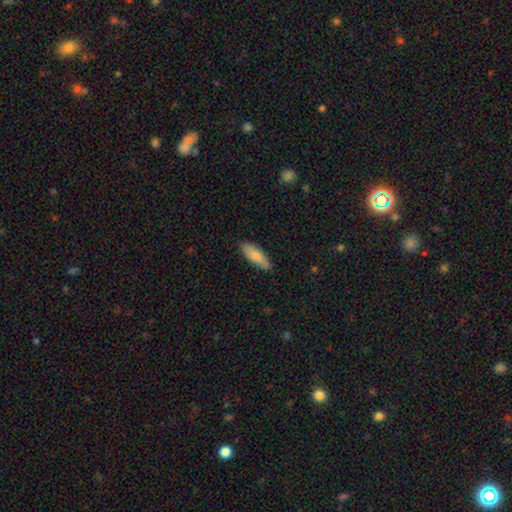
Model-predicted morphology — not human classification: A smooth galaxy with no disk features (78%) that is in between round and cigar-shaped (58%). Merging: none (85%).